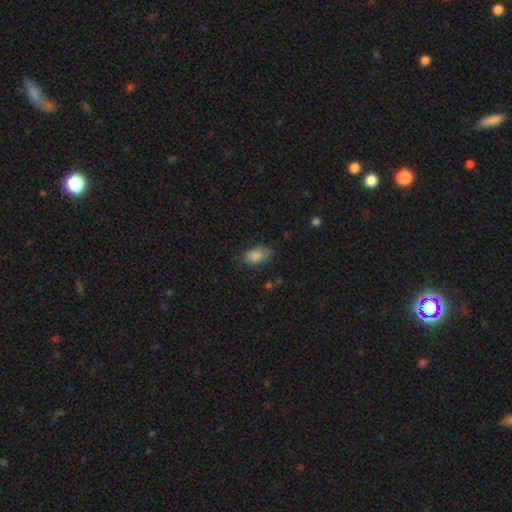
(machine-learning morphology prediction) Smooth or featured? Predicted: smooth (p=0.85). How rounded? Predicted: in between (p=0.83). Merging? Predicted: none (p=0.67).